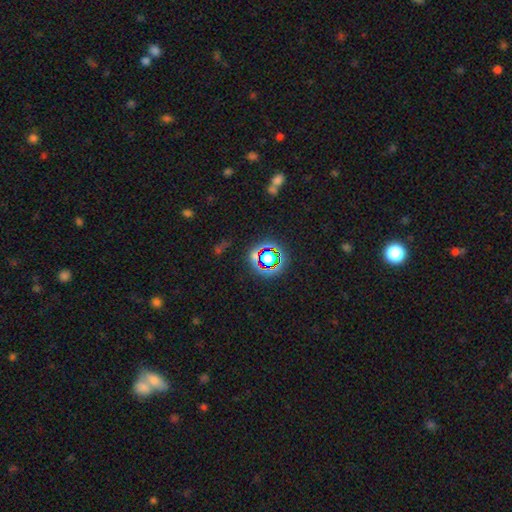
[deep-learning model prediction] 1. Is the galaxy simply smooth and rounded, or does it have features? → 70% star or artifact, 20% smooth, 11% featured or disk.